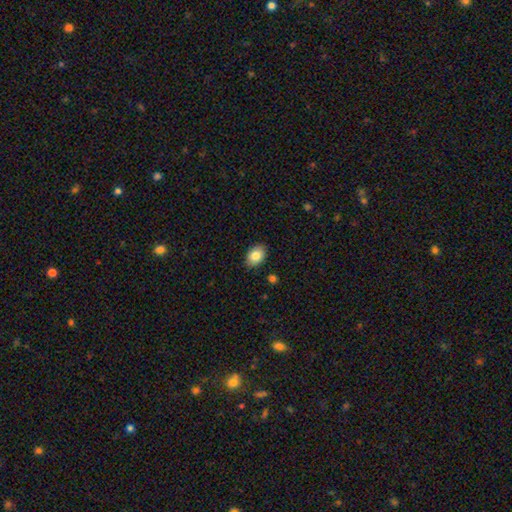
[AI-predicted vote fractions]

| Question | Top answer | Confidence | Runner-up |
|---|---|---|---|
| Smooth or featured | smooth | 84% | featured or disk (9%) |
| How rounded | in between | 77% | round (22%) |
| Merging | none | 88% | minor disturbance (9%) |